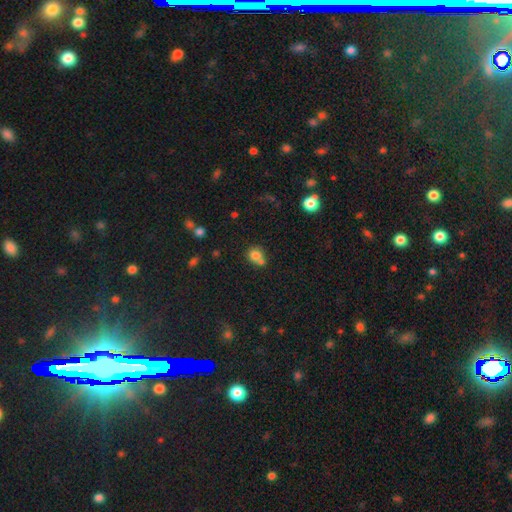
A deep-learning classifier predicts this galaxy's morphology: Smooth or featured: smooth — 77% (star or artifact — 13%)
How rounded: round — 78% (in between — 21%)
Merging: merger — 44% (none — 42%)